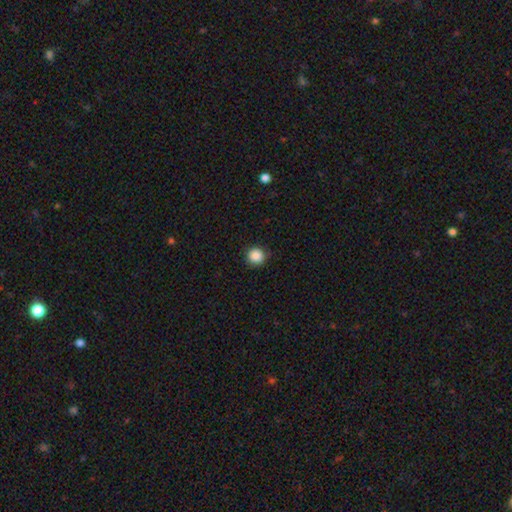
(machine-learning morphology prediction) A smooth galaxy with no disk features (88%) that is round (93%).

Vote fractions:
- Smooth or featured? smooth: 88% / star or artifact: 10% / featured or disk: 2%
- How rounded? round: 93% / in between: 6% / cigar-shaped: 1%
- Merging? none: 89% / minor disturbance: 8% / major disturbance: 2% / merger: 1%